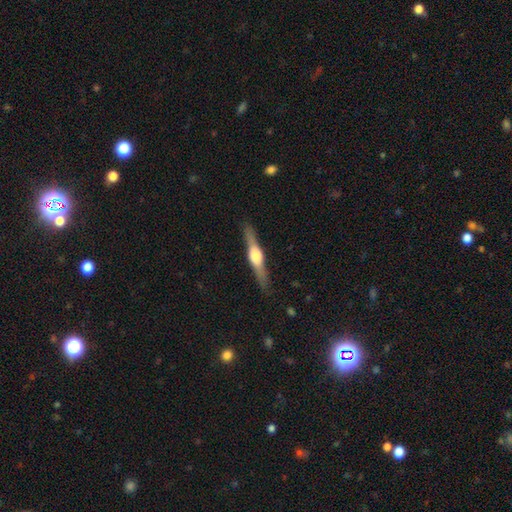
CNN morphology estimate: Smooth or featured?
  - featured or disk: 75% *
  - smooth: 20%
  - star or artifact: 5%
Edge-on disk?
  - yes: 98% *
  - no: 2%
Edge-on bulge?
  - rounded: 91% *
  - boxy: 7%
  - none: 2%
Merging?
  - none: 89% *
  - minor disturbance: 8%
  - major disturbance: 2%
  - merger: 1%